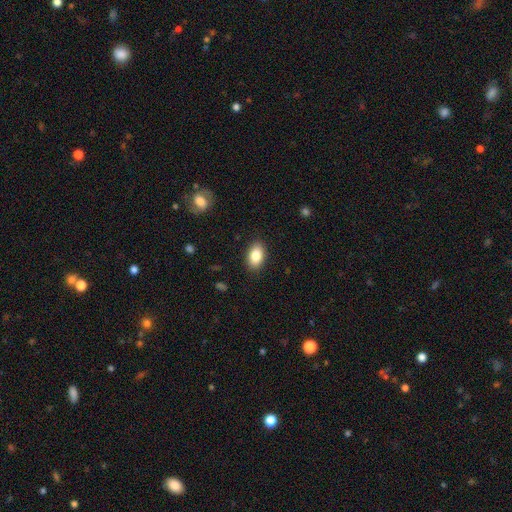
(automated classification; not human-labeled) Smooth or featured? smooth (84%)
How rounded? in between (90%)
Merging? none (88%)